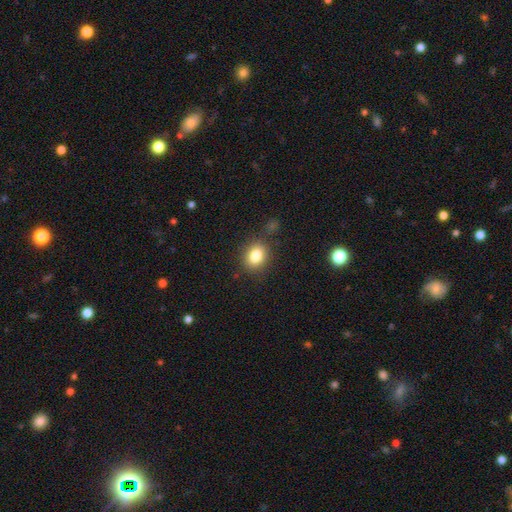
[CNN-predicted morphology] smooth 82%, star or artifact 10%, featured or disk 7%. Down the decision tree: how rounded — in between (51%); merging — none (81%).